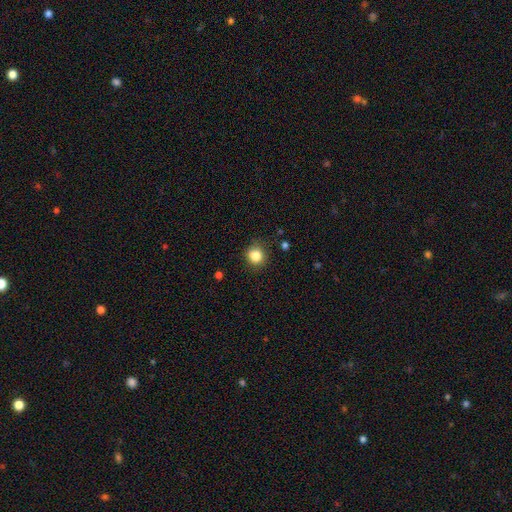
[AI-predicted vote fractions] A smooth galaxy with no disk features (84%) that is round (85%). Merging: none (84%).